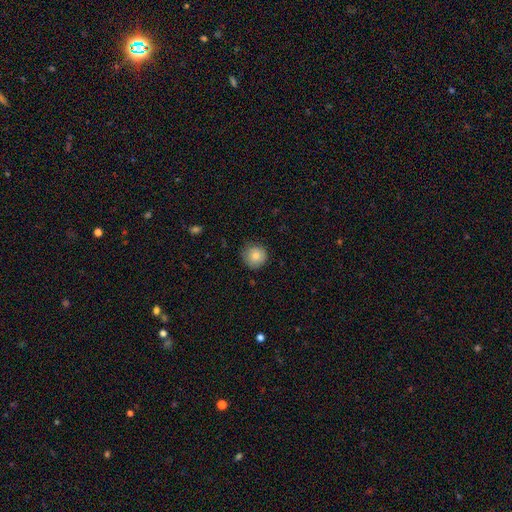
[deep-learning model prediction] A smooth galaxy with no disk features (82%) that is round (94%). Merging: none (84%).